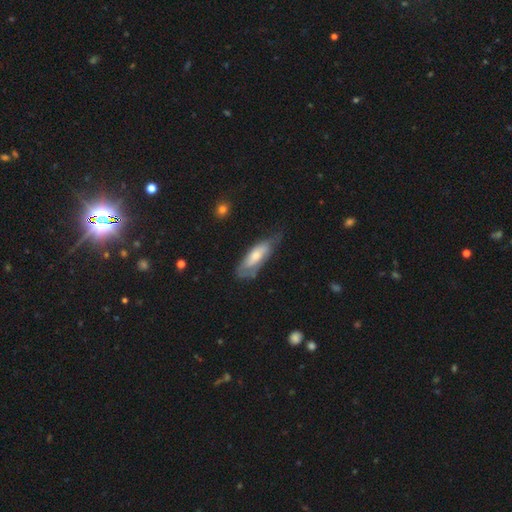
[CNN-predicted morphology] smooth_or_featured: smooth (p=0.55) [alt: featured or disk p=0.39]
how_rounded: in between (p=0.64) [alt: cigar-shaped p=0.35]
merging: none (p=0.44) [alt: minor disturbance p=0.36]